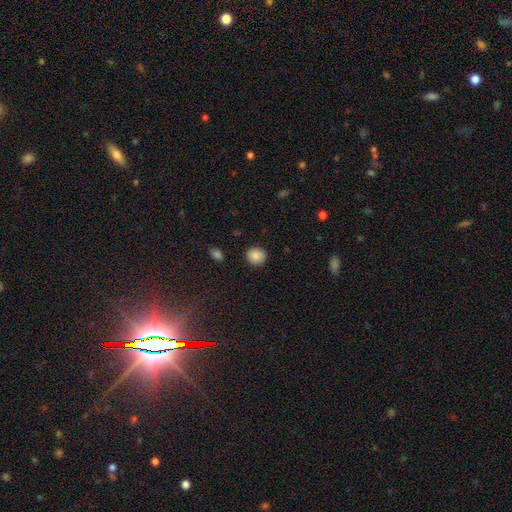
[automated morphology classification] Q: Smooth or featured?
A: smooth (88%); runner-up: star or artifact (9%)
Q: How rounded?
A: round (82%); runner-up: in between (17%)
Q: Merging?
A: none (90%); runner-up: minor disturbance (7%)